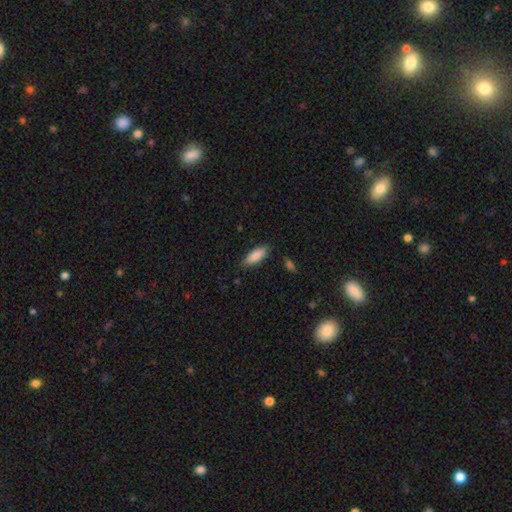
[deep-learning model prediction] smooth_or_featured: smooth (p=0.88) [alt: star or artifact p=0.06]
how_rounded: in between (p=0.68) [alt: cigar-shaped p=0.30]
merging: none (p=0.83) [alt: minor disturbance p=0.13]